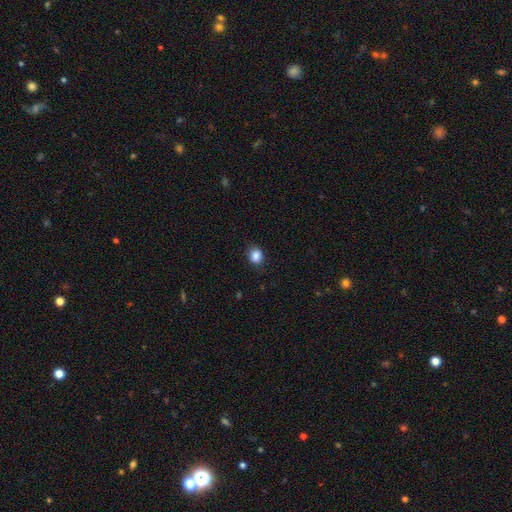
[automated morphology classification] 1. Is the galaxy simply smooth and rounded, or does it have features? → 87% smooth, 10% star or artifact, 3% featured or disk.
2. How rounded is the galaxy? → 68% round, 31% in between, 1% cigar-shaped.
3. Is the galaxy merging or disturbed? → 87% none, 10% minor disturbance, 2% major disturbance, 1% merger.